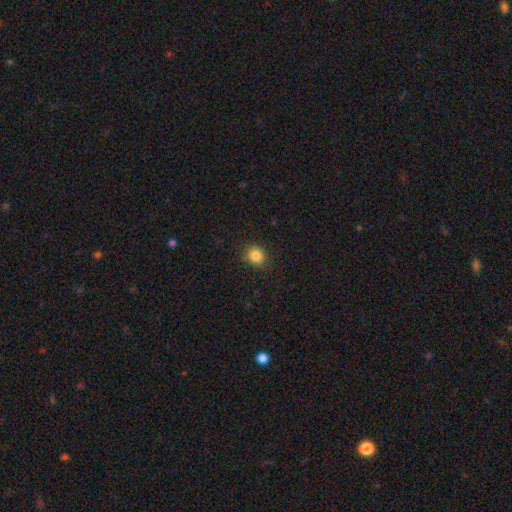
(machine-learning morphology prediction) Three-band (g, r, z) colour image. It shows a smooth galaxy with no disk features (84%) that is round (75%). Merging: none (86%).